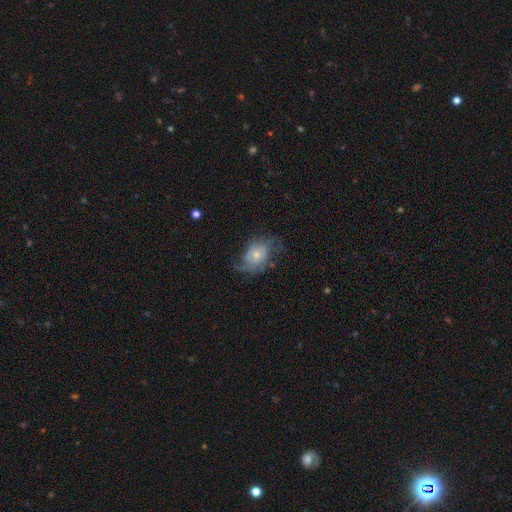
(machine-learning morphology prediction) Smooth or featured: featured or disk — 70% (smooth — 21%)
Edge-on disk: no — 97% (yes — 3%)
Bar: no — 77% (weak — 19%)
Spiral arms: yes — 86% (no — 14%)
Spiral winding: loose — 41% (medium — 39%)
Spiral arm count: 2 — 60% (can't tell — 19%)
Bulge size: small — 57% (moderate — 35%)
Merging: none — 54% (minor disturbance — 23%)